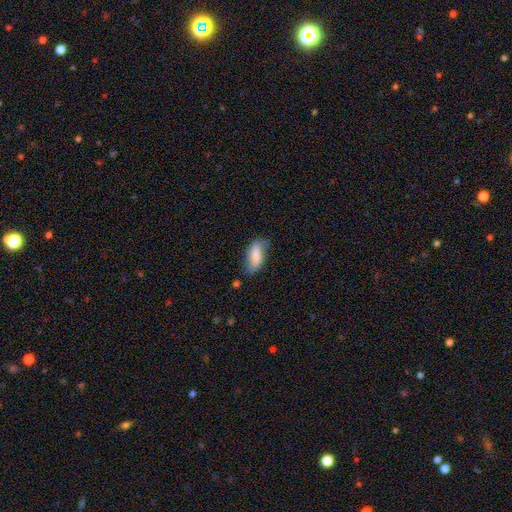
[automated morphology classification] Smooth or featured?
  - smooth: 80% *
  - featured or disk: 13%
  - star or artifact: 7%
How rounded?
  - in between: 78% *
  - cigar-shaped: 19%
  - round: 2%
Merging?
  - none: 61% *
  - minor disturbance: 29%
  - major disturbance: 7%
  - merger: 3%